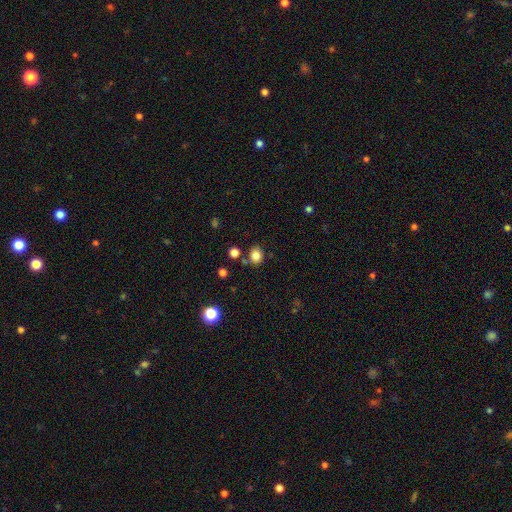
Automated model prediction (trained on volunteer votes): Smooth or featured? Predicted: smooth (p=0.81). How rounded? Predicted: round (p=0.66). Merging? Predicted: none (p=0.72).